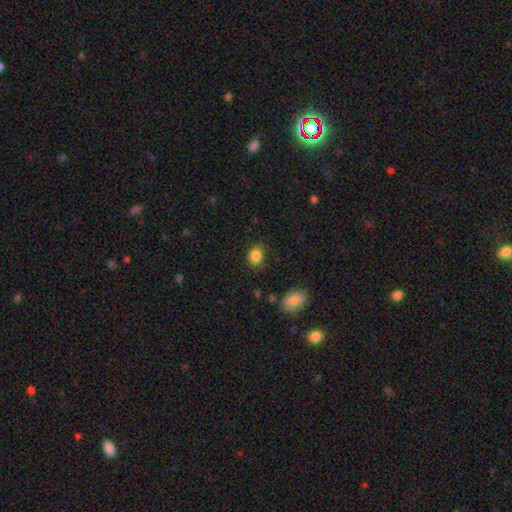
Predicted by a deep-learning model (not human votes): This is clearly a smooth galaxy (85%). How rounded: possibly round (57%). Merging: likely none (70%).